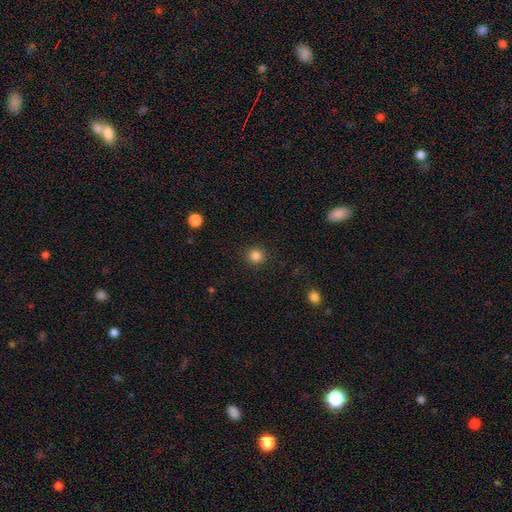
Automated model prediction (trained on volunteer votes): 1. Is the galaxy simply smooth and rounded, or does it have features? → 84% smooth, 12% star or artifact, 4% featured or disk.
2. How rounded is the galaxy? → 91% round, 8% in between, 1% cigar-shaped.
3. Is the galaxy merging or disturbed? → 91% none, 6% minor disturbance, 2% major disturbance, 1% merger.